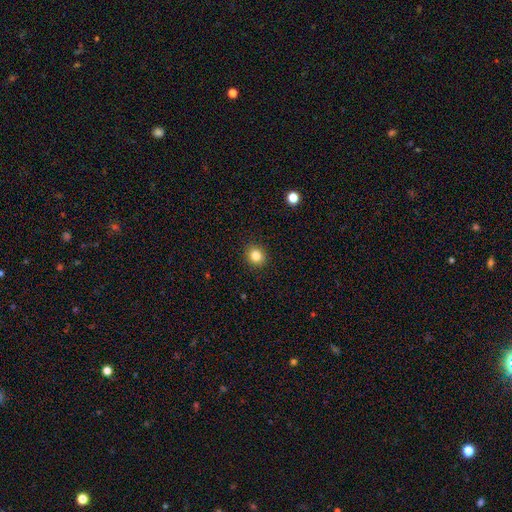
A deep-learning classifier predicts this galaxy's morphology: Q: Smooth or featured?
A: smooth (83%); runner-up: star or artifact (11%)
Q: How rounded?
A: round (83%); runner-up: in between (17%)
Q: Merging?
A: none (91%); runner-up: minor disturbance (6%)